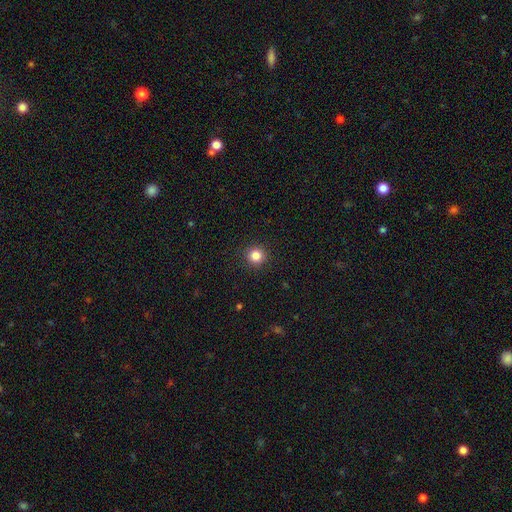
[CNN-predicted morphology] Q: Smooth or featured?
A: smooth (84%); runner-up: star or artifact (12%)
Q: How rounded?
A: round (95%); runner-up: in between (4%)
Q: Merging?
A: none (92%); runner-up: minor disturbance (5%)